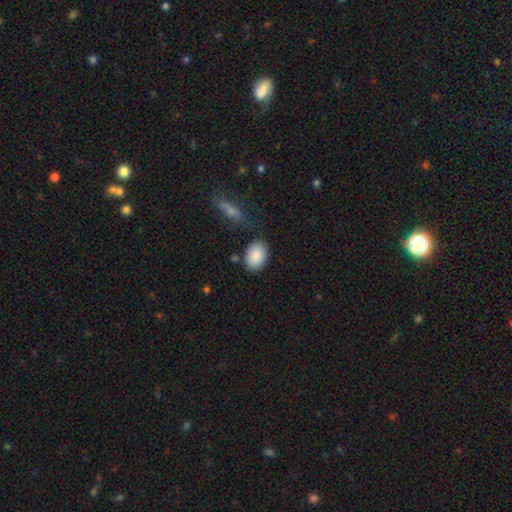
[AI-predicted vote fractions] This is clearly a smooth galaxy (89%). How rounded: clearly in between (83%). Merging: likely none (78%).